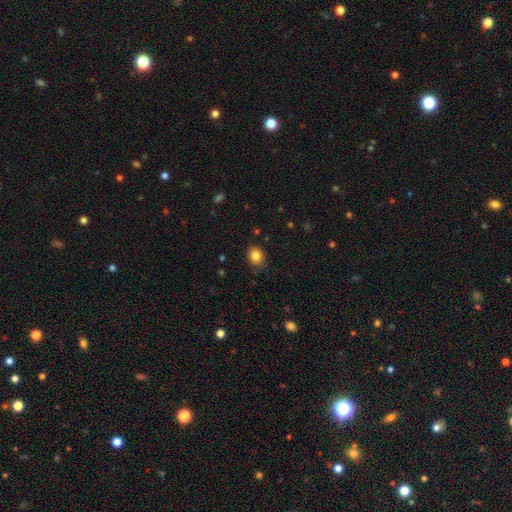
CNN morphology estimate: Smooth or featured?
  - smooth: 85% *
  - star or artifact: 10%
  - featured or disk: 5%
How rounded?
  - round: 63% *
  - in between: 37%
  - cigar-shaped: 1%
Merging?
  - none: 82% *
  - minor disturbance: 14%
  - major disturbance: 3%
  - merger: 1%